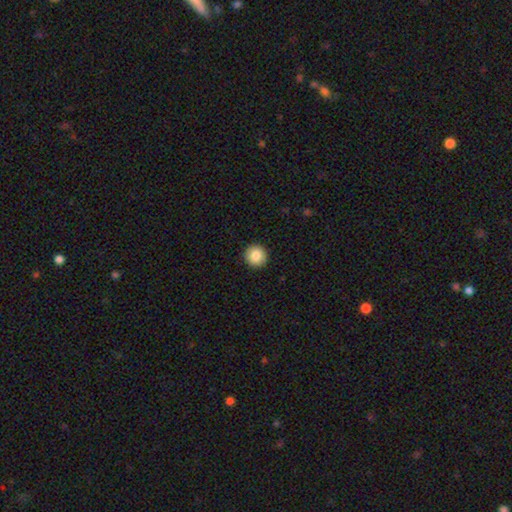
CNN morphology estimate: type=smooth (85%); roundness=round (96%); merging=none (93%).